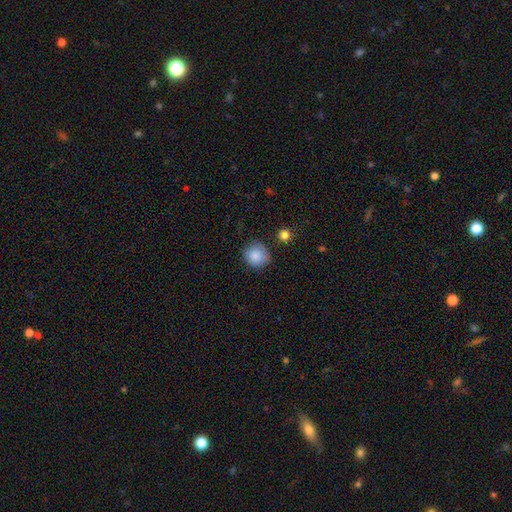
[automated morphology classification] This appears to be a smooth galaxy with no disk features (87%) that is round (88%). Merging: none (83%).